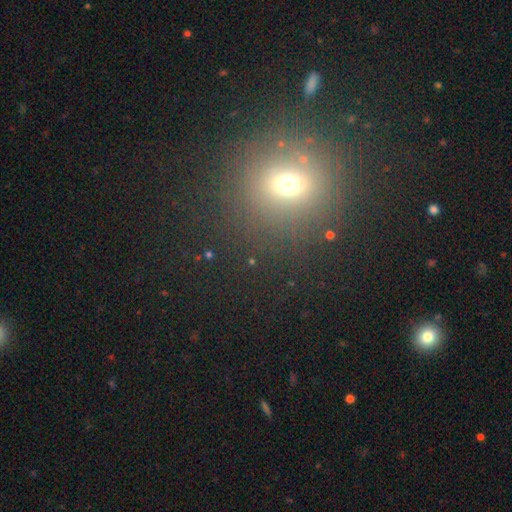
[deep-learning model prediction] Smooth or featured? Predicted: smooth (p=0.56). How rounded? Predicted: round (p=0.80). Merging? Predicted: none (p=0.86).